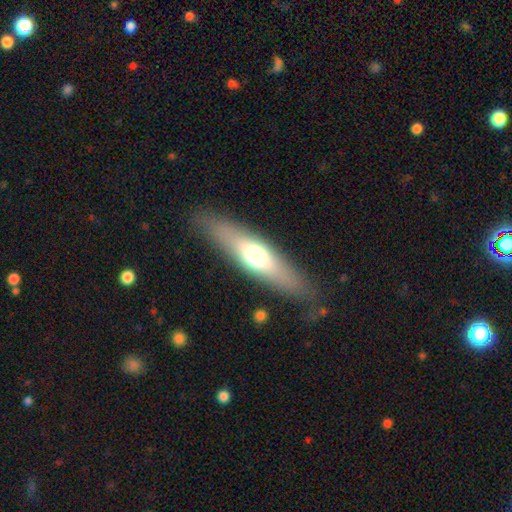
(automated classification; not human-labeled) Overall: smooth (53%; featured or disk 40%). How rounded: cigar-shaped (66%; in between 32%). Merging: none (85%).